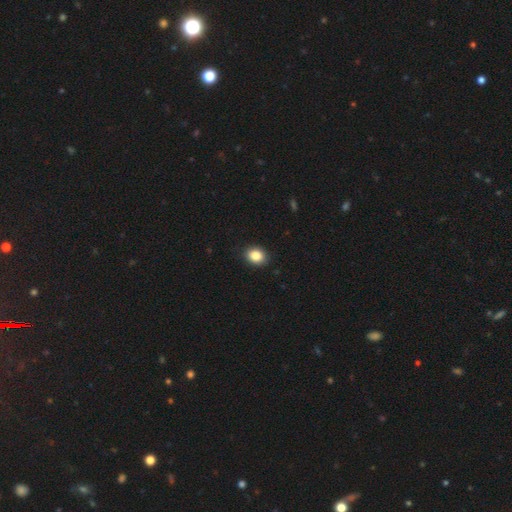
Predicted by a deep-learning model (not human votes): Smooth or featured: smooth — 86% (star or artifact — 9%)
How rounded: round — 50% (in between — 49%)
Merging: none — 90% (minor disturbance — 7%)